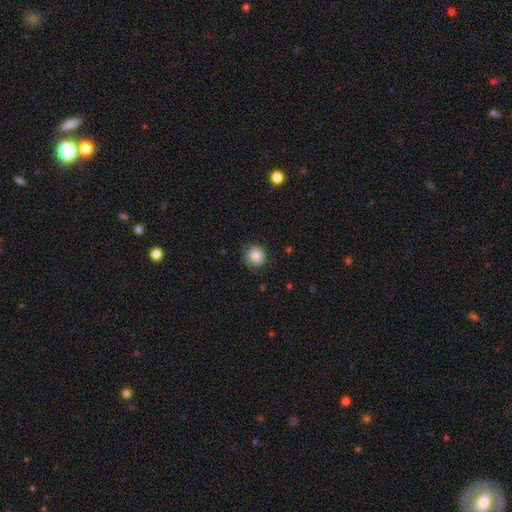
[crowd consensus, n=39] Smooth or featured? smooth (82%)
How rounded? round (84%)
Merging? none (83%)